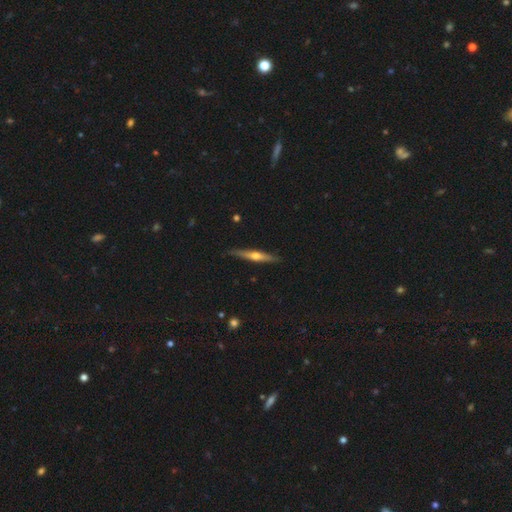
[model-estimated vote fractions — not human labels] smooth_or_featured: featured or disk (p=0.63) [alt: smooth p=0.32]
disk_edge_on: yes (p=0.96) [alt: no p=0.04]
edge_on_bulge: rounded (p=0.89) [alt: none p=0.07]
merging: none (p=0.87) [alt: minor disturbance p=0.10]